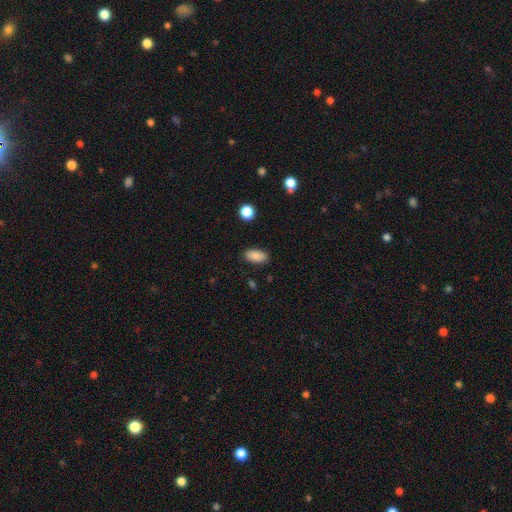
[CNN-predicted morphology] Smooth or featured: smooth — 87% (star or artifact — 8%)
How rounded: in between — 92% (cigar-shaped — 5%)
Merging: none — 87% (minor disturbance — 9%)